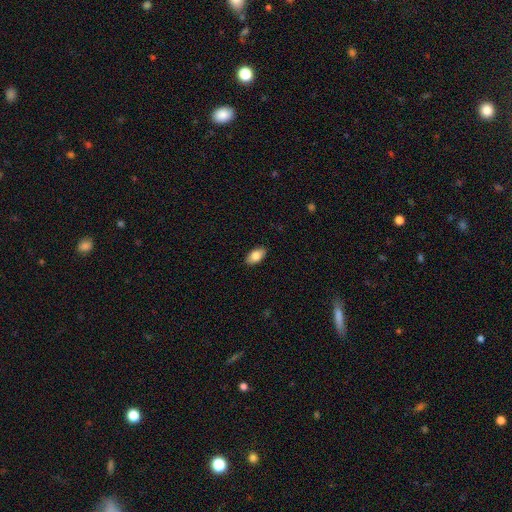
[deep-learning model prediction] A smooth galaxy with no disk features (83%) that is in between round and cigar-shaped (93%).

Vote fractions:
- Smooth or featured? smooth: 83% / featured or disk: 10% / star or artifact: 7%
- How rounded? in between: 93% / round: 4% / cigar-shaped: 3%
- Merging? none: 89% / minor disturbance: 9% / major disturbance: 2% / merger: 1%